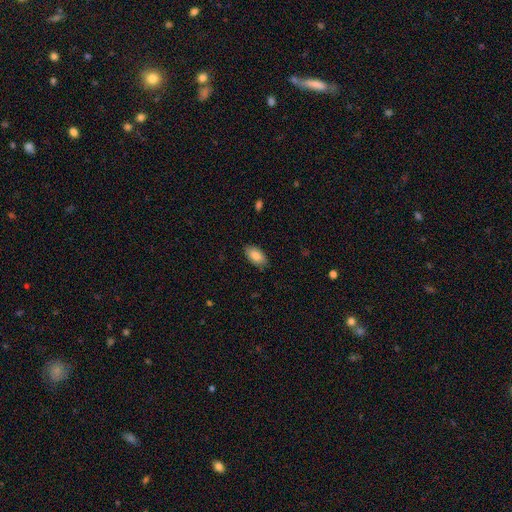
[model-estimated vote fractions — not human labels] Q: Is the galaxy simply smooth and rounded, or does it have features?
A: smooth — 87%.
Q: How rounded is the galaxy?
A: in between — 94%.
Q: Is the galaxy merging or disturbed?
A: none — 86%.